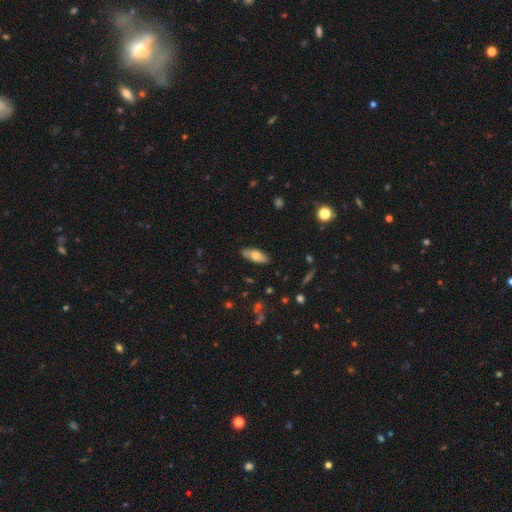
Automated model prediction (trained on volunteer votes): A smooth galaxy with no disk features (72%) that is in between round and cigar-shaped (75%). Merging: none (86%).